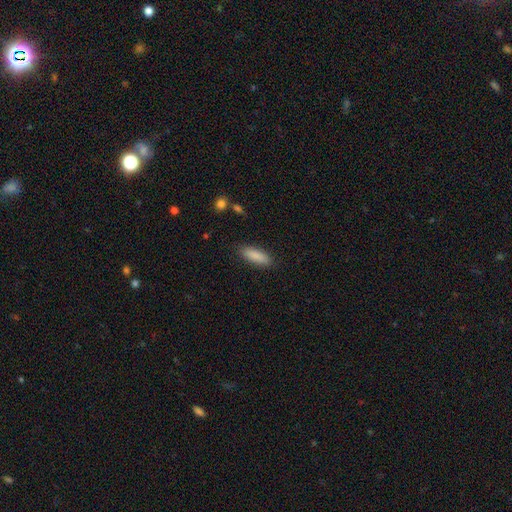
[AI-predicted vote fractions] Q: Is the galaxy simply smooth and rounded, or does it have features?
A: smooth — 87%.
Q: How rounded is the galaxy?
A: in between — 51%.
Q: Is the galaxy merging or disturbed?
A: none — 87%.